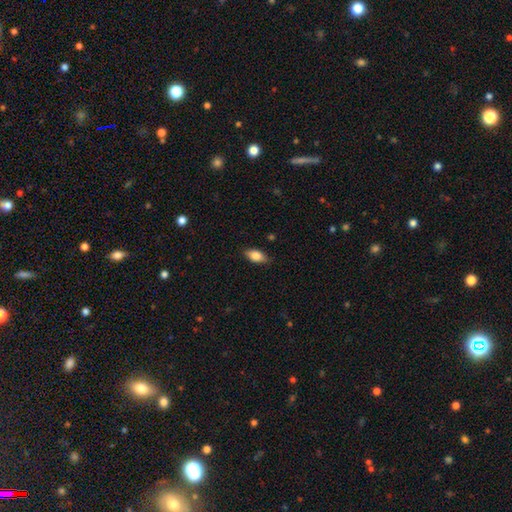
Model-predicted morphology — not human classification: A smooth galaxy with no disk features (81%) that is in between round and cigar-shaped (89%).

Vote fractions:
- Smooth or featured? smooth: 81% / featured or disk: 12% / star or artifact: 7%
- How rounded? in between: 89% / cigar-shaped: 7% / round: 5%
- Merging? none: 83% / minor disturbance: 13% / major disturbance: 3% / merger: 1%